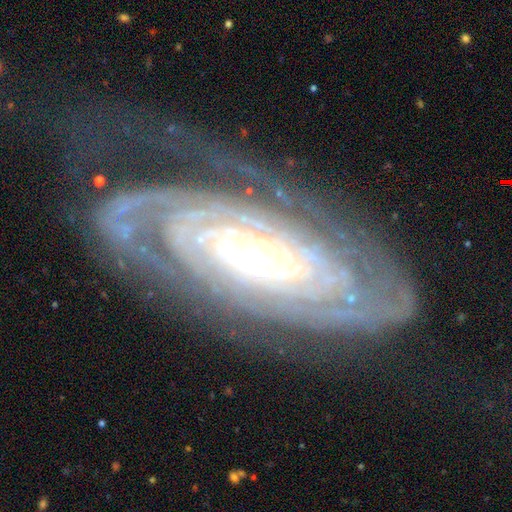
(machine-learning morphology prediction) This appears to be a featured or disk galaxy (88%) with no bar (67%), tight (80%) spiral arms (97%) and a small central bulge (65%). Merging: none (64%).